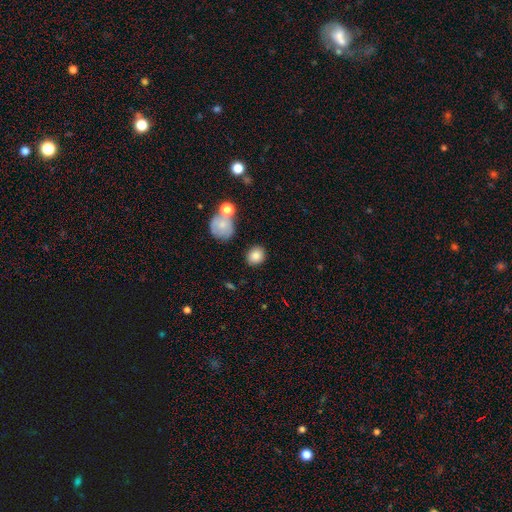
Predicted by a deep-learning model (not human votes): Morphology: type=smooth (84%); roundness=round (68%); merging=none (83%).